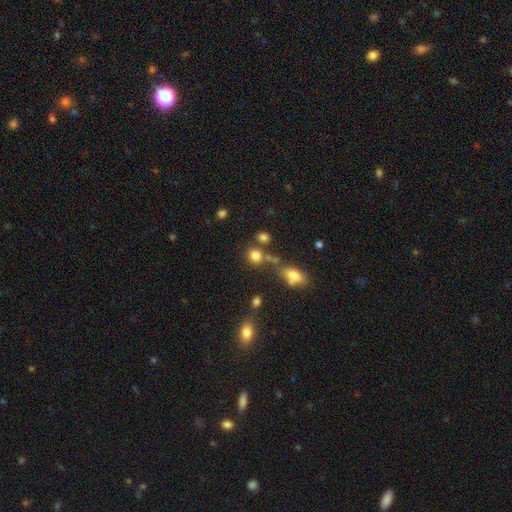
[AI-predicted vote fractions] Morphology: type=smooth (80%); roundness=round (80%); merging=none (65%).